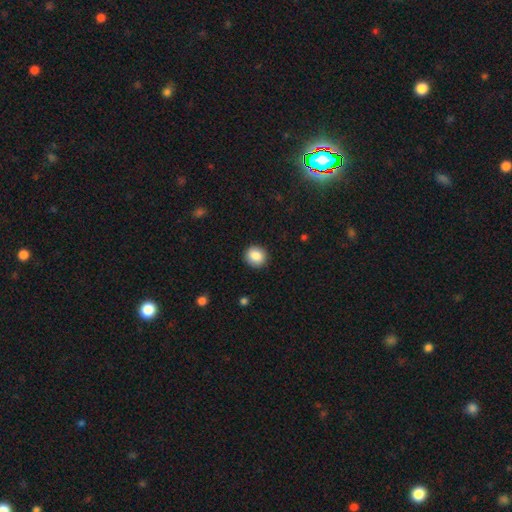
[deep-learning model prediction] The model was most divided on "how rounded": round: 84%, in between: 15%, cigar-shaped: 1%. More confident: merging — none (90%); smooth or featured — smooth (87%).